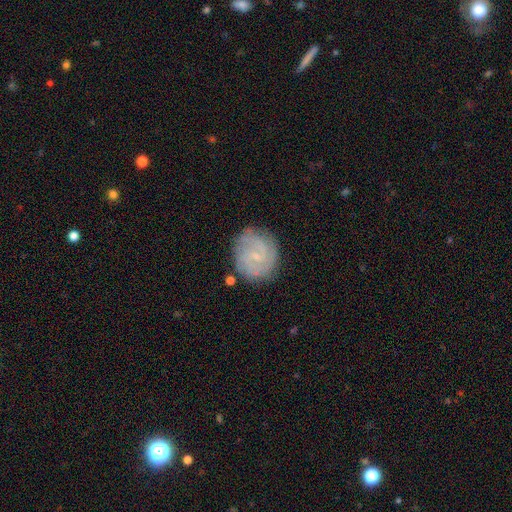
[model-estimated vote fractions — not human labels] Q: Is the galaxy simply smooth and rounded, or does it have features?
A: featured or disk — 76%.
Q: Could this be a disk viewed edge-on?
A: no — 98%.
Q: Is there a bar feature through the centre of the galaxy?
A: no — 61%.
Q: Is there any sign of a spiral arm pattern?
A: yes — 94%.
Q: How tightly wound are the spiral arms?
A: tight — 62%.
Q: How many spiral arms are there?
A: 2 — 27%.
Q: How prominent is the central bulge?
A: small — 82%.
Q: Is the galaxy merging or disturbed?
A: none — 78%.